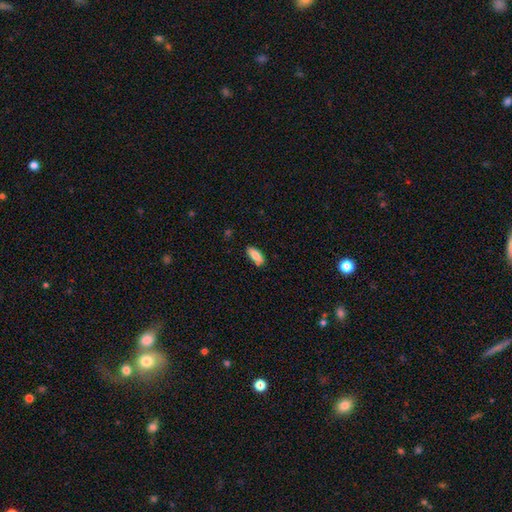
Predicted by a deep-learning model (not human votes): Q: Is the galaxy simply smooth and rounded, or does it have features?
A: smooth — 84%.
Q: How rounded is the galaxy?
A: in between — 82%.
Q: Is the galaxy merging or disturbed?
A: none — 81%.